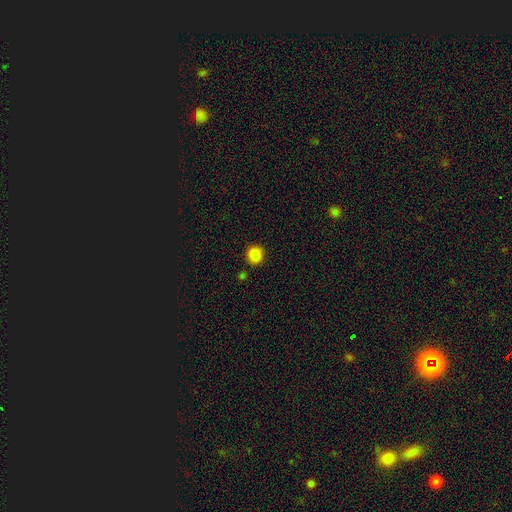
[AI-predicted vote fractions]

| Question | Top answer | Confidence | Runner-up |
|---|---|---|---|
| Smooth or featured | smooth | 87% | star or artifact (10%) |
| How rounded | round | 85% | in between (14%) |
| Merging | none | 85% | minor disturbance (9%) |